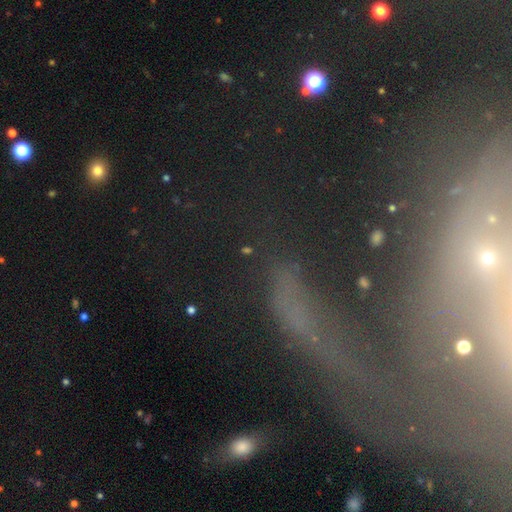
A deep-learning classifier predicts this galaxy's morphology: A featured or disk galaxy (45%). Merging: none (56%).